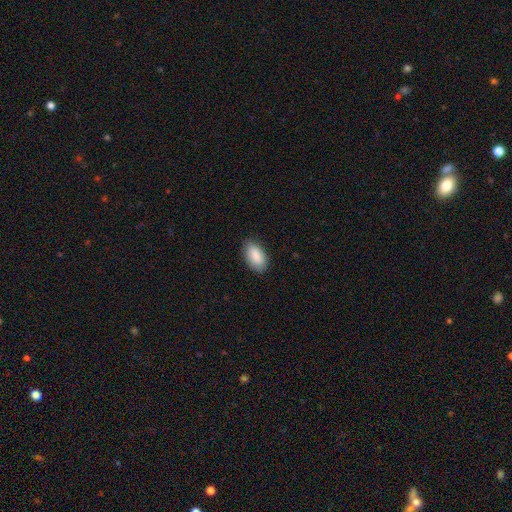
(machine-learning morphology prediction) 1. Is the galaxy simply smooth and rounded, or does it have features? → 89% smooth, 6% star or artifact, 5% featured or disk.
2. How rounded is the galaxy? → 95% in between, 3% round, 3% cigar-shaped.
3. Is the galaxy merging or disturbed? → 84% none, 12% minor disturbance, 2% major disturbance, 1% merger.